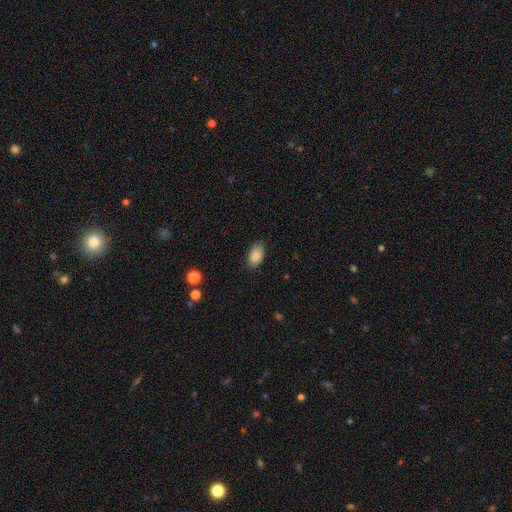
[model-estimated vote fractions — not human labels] This appears to be a smooth galaxy with no disk features (88%) that is in between round and cigar-shaped (93%). Merging: none (81%).